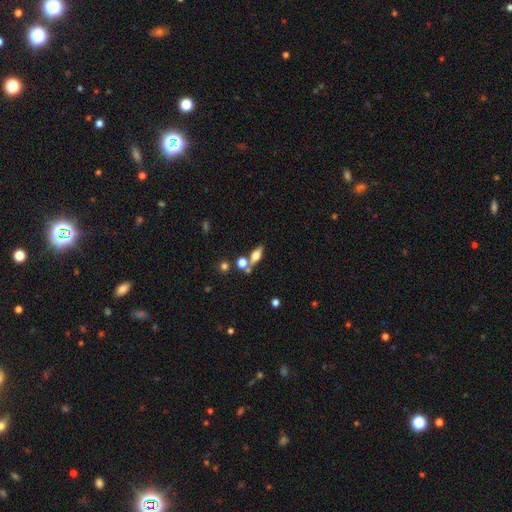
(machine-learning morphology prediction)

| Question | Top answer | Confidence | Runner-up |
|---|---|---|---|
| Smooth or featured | smooth | 54% | featured or disk (36%) |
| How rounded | in between | 64% | cigar-shaped (26%) |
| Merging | none | 62% | merger (20%) |